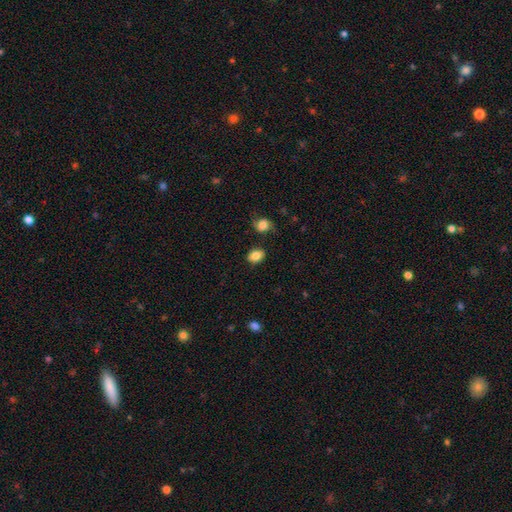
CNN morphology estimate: This appears to be a smooth galaxy with no disk features (83%) that is in between round and cigar-shaped (63%). Merging: none (78%).